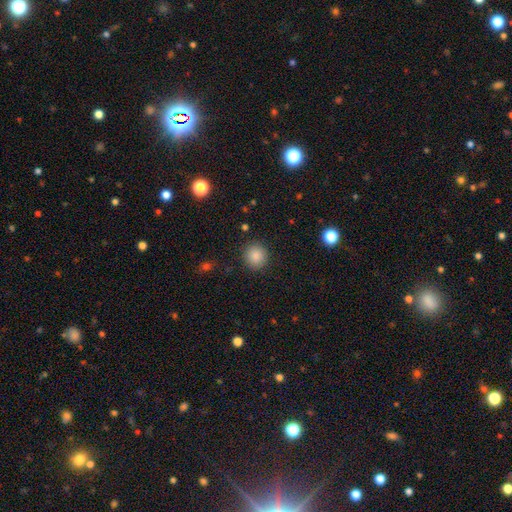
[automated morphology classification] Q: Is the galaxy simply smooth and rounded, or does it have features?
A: smooth — 87%.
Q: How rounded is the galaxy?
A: round — 92%.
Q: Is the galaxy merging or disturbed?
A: none — 90%.